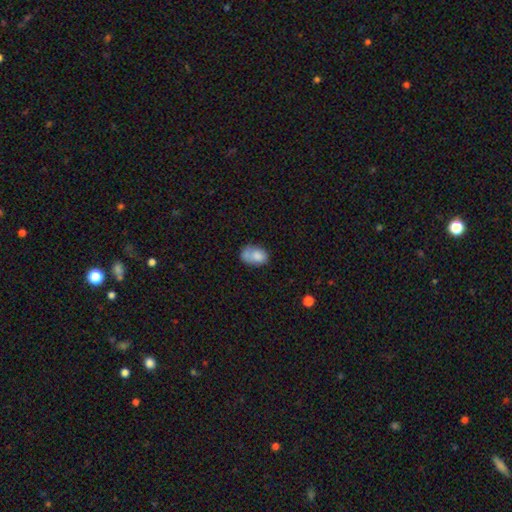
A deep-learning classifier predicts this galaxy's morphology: smooth_or_featured: smooth (p=0.76) [alt: featured or disk p=0.16]
how_rounded: in between (p=0.79) [alt: round p=0.19]
merging: none (p=0.41) [alt: minor disturbance p=0.25]